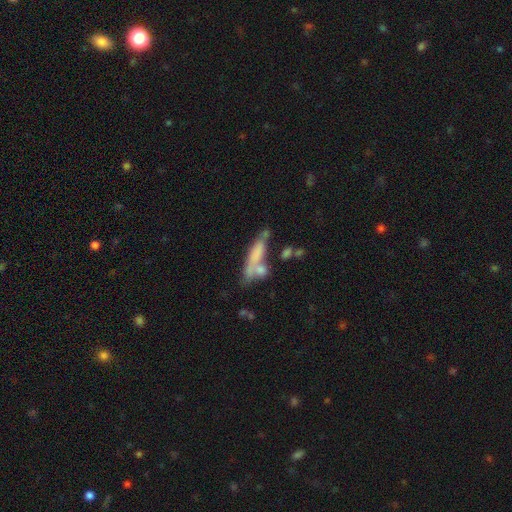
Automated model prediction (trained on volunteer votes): A smooth galaxy with no disk features (58%) that is cigar-shaped (66%). Merging: none (40%).